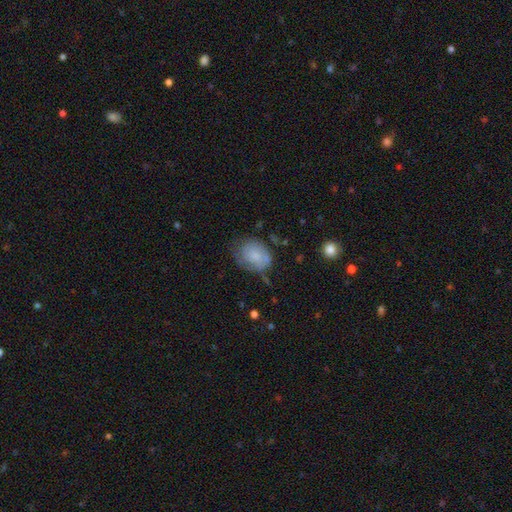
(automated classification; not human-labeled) Smooth or featured? Predicted: smooth (p=0.59). How rounded? Predicted: in between (p=0.59). Merging? Predicted: none (p=0.49).